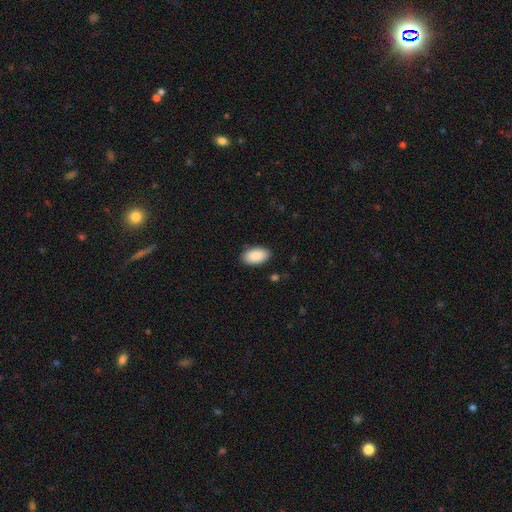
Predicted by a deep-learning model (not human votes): smooth_or_featured: smooth (p=0.91) [alt: star or artifact p=0.06]
how_rounded: in between (p=0.95) [alt: round p=0.03]
merging: none (p=0.88) [alt: minor disturbance p=0.09]